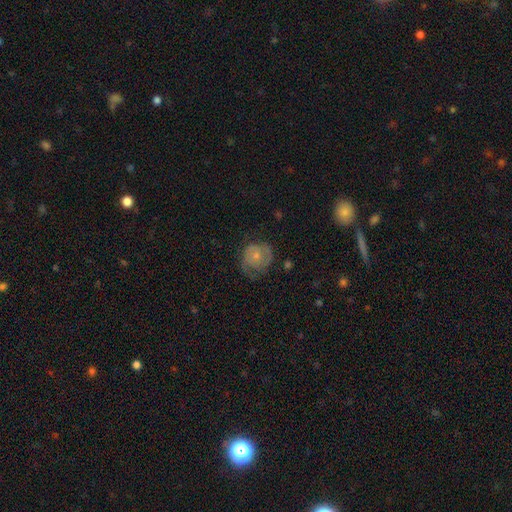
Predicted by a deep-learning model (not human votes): Smooth or featured?
  - featured or disk: 56% *
  - smooth: 37%
  - star or artifact: 7%
Edge-on disk?
  - no: 98% *
  - yes: 2%
Bar?
  - no: 79% *
  - weak: 18%
  - strong: 3%
Spiral arms?
  - yes: 76% *
  - no: 24%
Bulge size?
  - small: 56% *
  - moderate: 36%
  - none: 5%
  - large: 2%
  - dominant: 1%
Merging?
  - none: 56% *
  - minor disturbance: 26%
  - major disturbance: 16%
  - merger: 2%